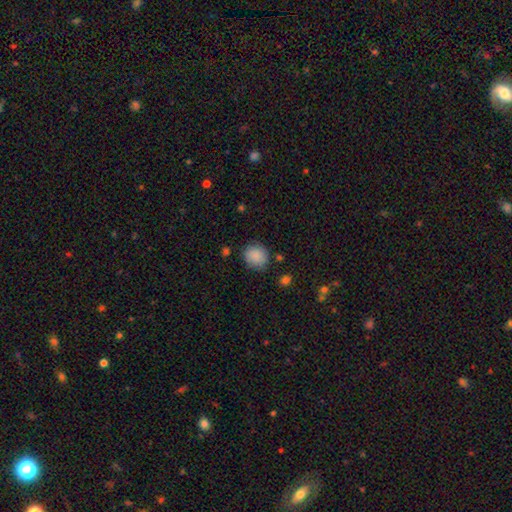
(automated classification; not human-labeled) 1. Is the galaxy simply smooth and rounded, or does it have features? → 87% smooth, 8% star or artifact, 4% featured or disk.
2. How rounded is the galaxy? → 79% round, 20% in between, 1% cigar-shaped.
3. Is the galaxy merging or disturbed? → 81% none, 13% minor disturbance, 4% major disturbance, 2% merger.